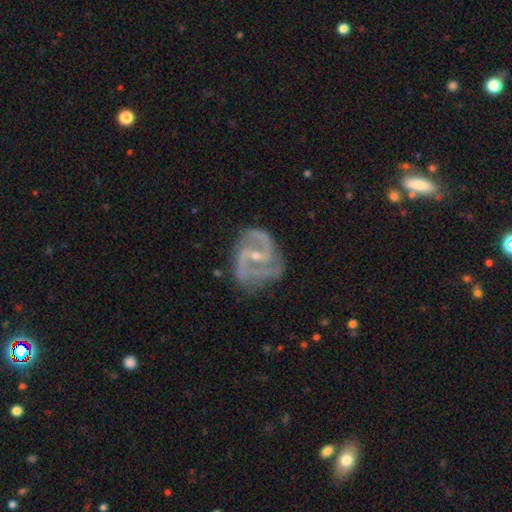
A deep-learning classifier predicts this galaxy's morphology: This is clearly a featured or disk galaxy (91%). It is clearly not viewed edge-on (98%). Bar: marginally weak (43%). Spiral arm pattern: clearly yes (98%). Spiral arm count: likely 2 (74%). Spiral winding: possibly medium (59%). Central bulge: likely small (63%). Merging: likely none (67%).